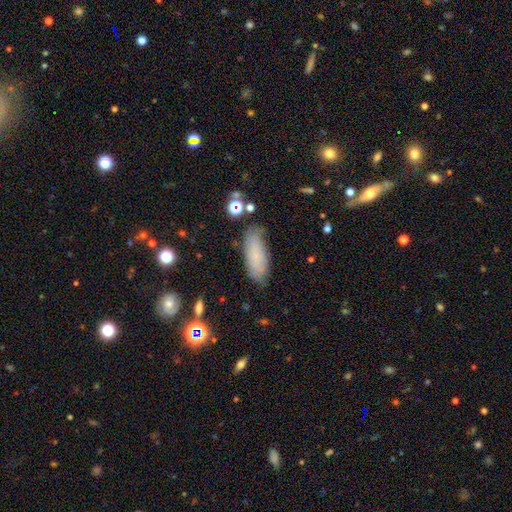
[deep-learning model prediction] The model was most divided on "how rounded": in between: 68%, cigar-shaped: 29%, round: 2%. More confident: merging — none (77%); smooth or featured — smooth (75%).